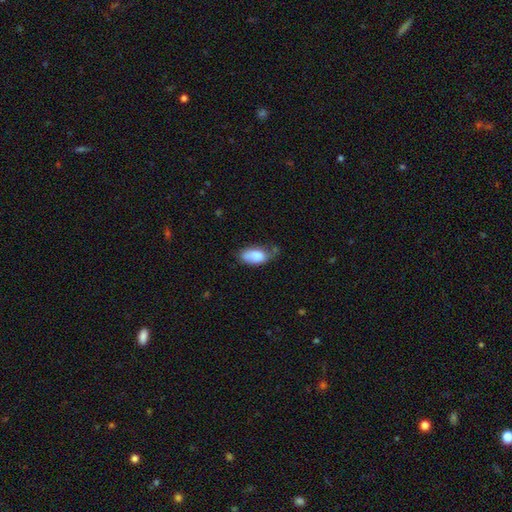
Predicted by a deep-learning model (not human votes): This is likely a smooth galaxy (79%). How rounded: clearly in between (92%). Merging: marginally none (39%, tied with minor disturbance).